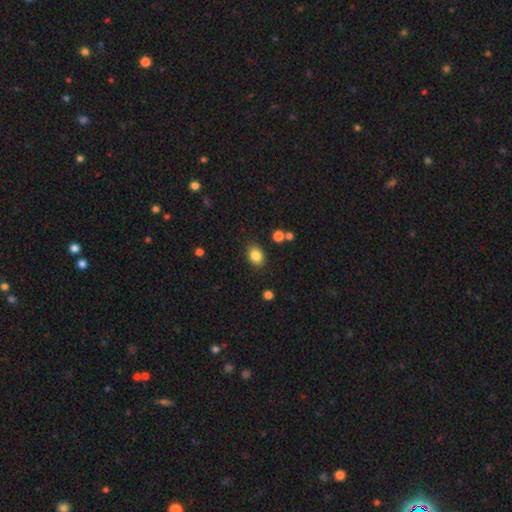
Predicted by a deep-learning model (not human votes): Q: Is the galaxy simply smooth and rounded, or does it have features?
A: smooth — 84%.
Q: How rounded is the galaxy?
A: in between — 60%.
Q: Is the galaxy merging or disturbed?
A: none — 85%.